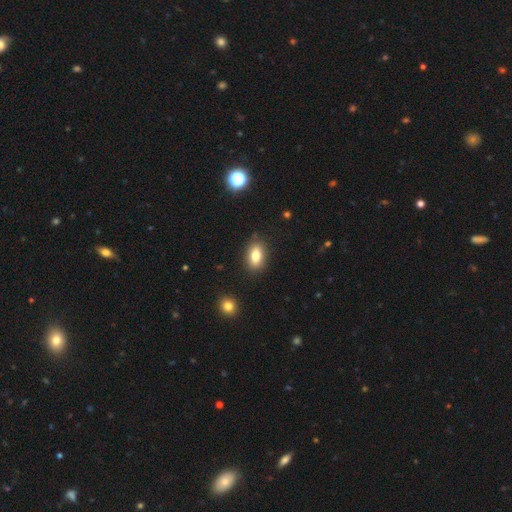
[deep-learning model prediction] A smooth galaxy with no disk features (80%) that is in between round and cigar-shaped (87%). Merging: none (86%).